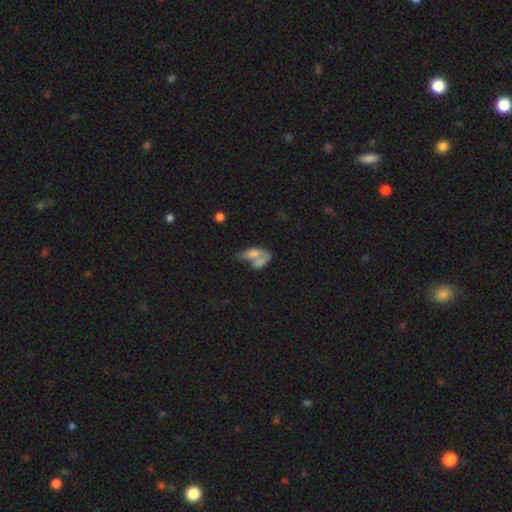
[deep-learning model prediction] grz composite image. It shows a smooth galaxy with no disk features (70%) that is in between round and cigar-shaped (82%). Merging: merger (61%).